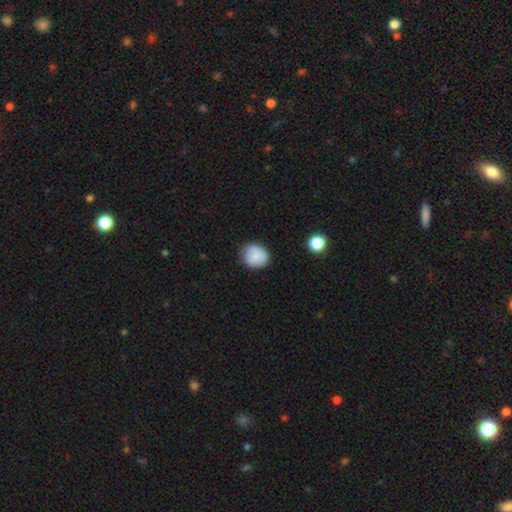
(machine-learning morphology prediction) Smooth or featured: smooth — 79% (featured or disk — 13%)
How rounded: round — 74% (in between — 25%)
Merging: none — 75% (minor disturbance — 19%)